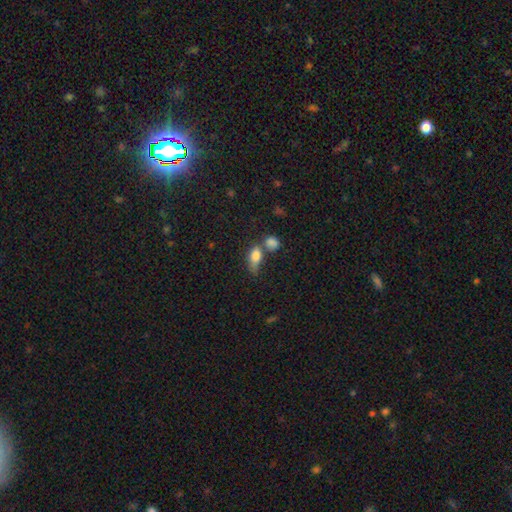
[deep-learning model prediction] smooth_or_featured: smooth (p=0.78) [alt: featured or disk p=0.12]
how_rounded: in between (p=0.81) [alt: round p=0.10]
merging: none (p=0.33) [tied with: merger p=0.33]